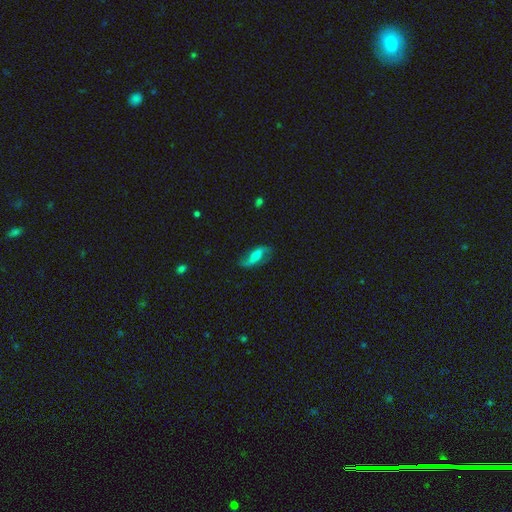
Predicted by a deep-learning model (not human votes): A featured or disk galaxy (66%) with a weak bar (36%), 2 (89%) loose (76%) spiral arms (90%) and a small central bulge (40%).

Vote fractions:
- Smooth or featured? featured or disk: 66% / smooth: 27% / star or artifact: 7%
- Edge-on disk? no: 88% / yes: 12%
- Bar? weak: 36% / no: 32% / strong: 32%
- Spiral arms? yes: 90% / no: 10%
- Spiral winding? loose: 76% / medium: 18% / tight: 6%
- Spiral arm count? 2: 89% / 1: 4% / can't tell: 4% / 3: 1% / 4: 1% / more than 4: 1%
- Bulge size? small: 40% / moderate: 39% / none: 12% / large: 7% / dominant: 2%
- Merging? none: 72% / minor disturbance: 19% / major disturbance: 8% / merger: 2%